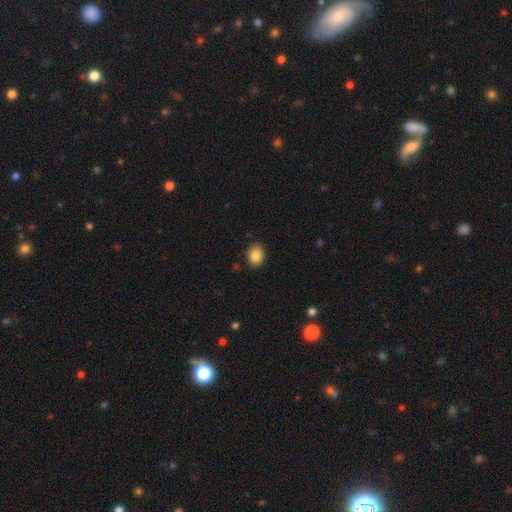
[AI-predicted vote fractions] A smooth galaxy with no disk features (86%) that is in between round and cigar-shaped (57%). Merging: none (88%).